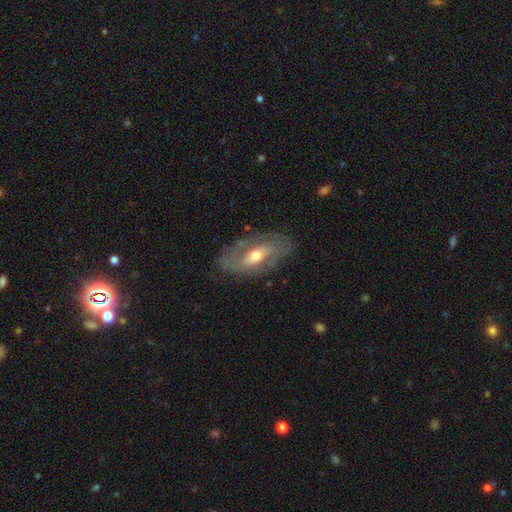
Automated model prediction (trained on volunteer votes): This appears to be a featured or disk galaxy (72%) with no bar (42%), spiral arms (74%) and a moderate central bulge (66%). Merging: none (74%).